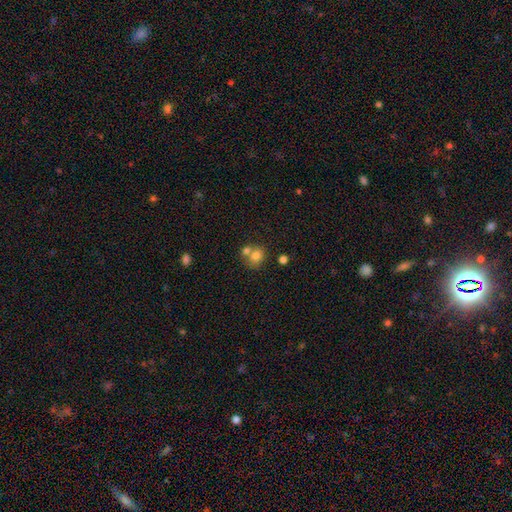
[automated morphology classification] Smooth or featured? Predicted: smooth (p=0.76). How rounded? Predicted: round (p=0.75). Merging? Predicted: none (p=0.44).